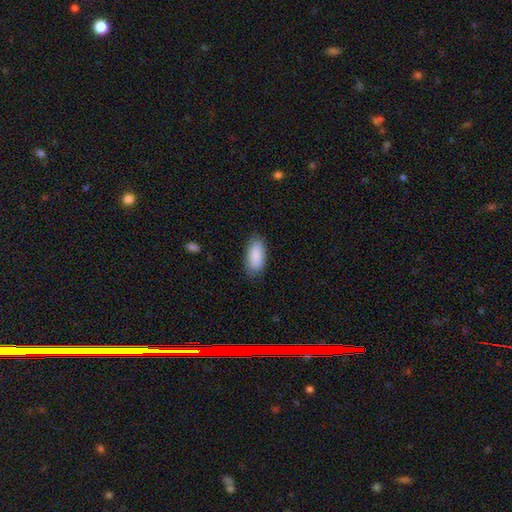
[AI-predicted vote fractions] Smooth or featured? smooth (88%)
How rounded? in between (90%)
Merging? none (81%)